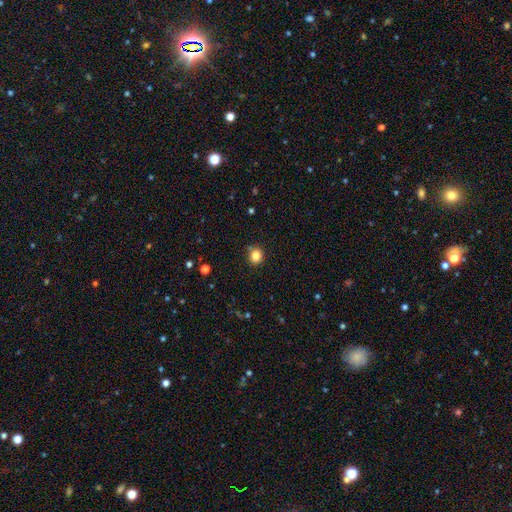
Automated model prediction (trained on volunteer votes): Smooth or featured: smooth — 84% (star or artifact — 12%)
How rounded: round — 79% (in between — 20%)
Merging: none — 84% (minor disturbance — 10%)